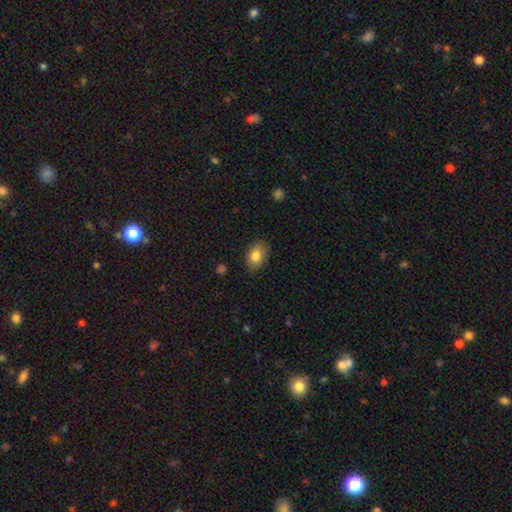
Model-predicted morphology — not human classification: Smooth or featured? Predicted: smooth (p=0.83). How rounded? Predicted: in between (p=0.81). Merging? Predicted: none (p=0.84).